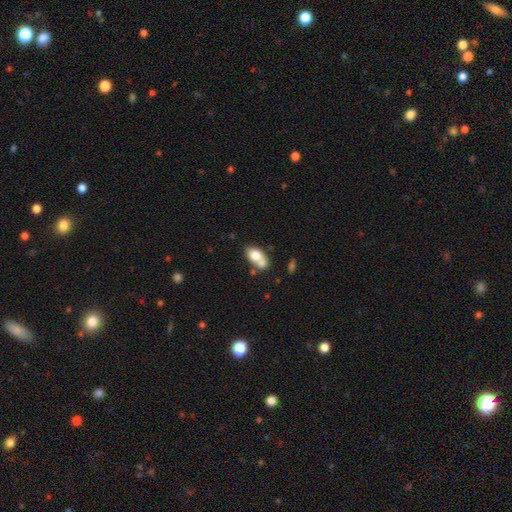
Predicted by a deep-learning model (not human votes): This is likely a smooth galaxy (73%). How rounded: clearly in between (84%). Merging: possibly merger (49%).